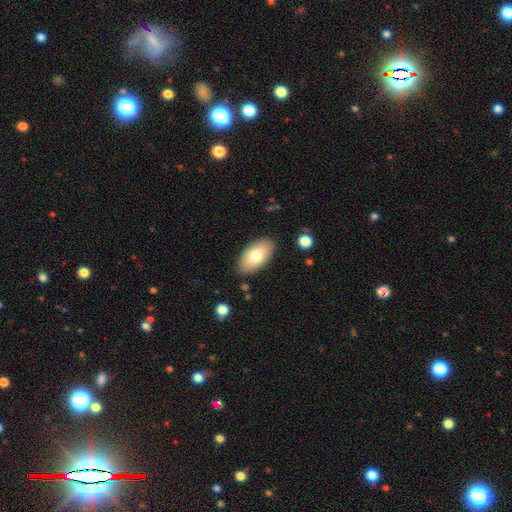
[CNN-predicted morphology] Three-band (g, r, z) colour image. It shows a smooth galaxy with no disk features (76%) that is in between round and cigar-shaped (95%). Merging: none (86%).